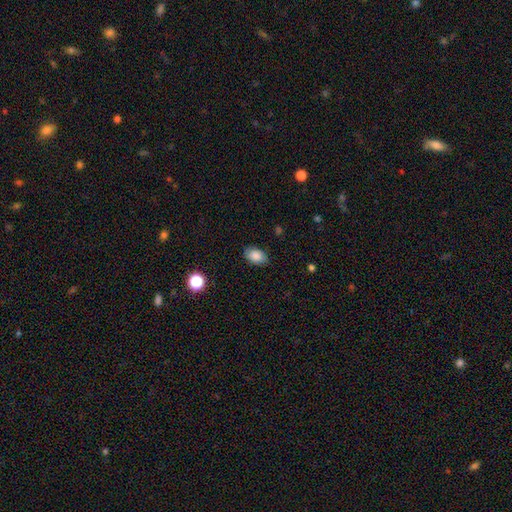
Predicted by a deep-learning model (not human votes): This is clearly a smooth galaxy (83%). How rounded: clearly in between (86%). Merging: clearly none (81%).